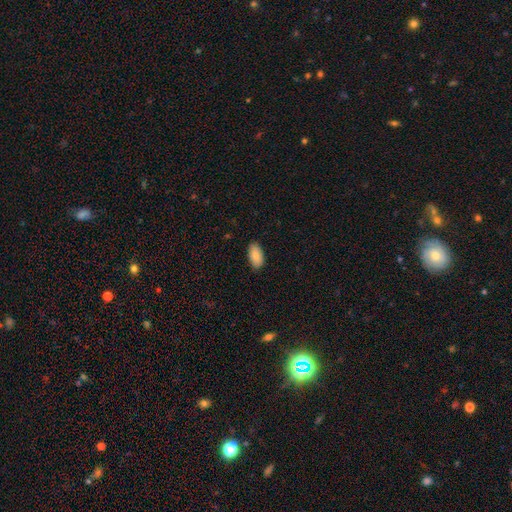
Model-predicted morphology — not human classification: Q: Smooth or featured?
A: smooth (86%); runner-up: featured or disk (7%)
Q: How rounded?
A: in between (94%); runner-up: cigar-shaped (3%)
Q: Merging?
A: none (86%); runner-up: minor disturbance (11%)